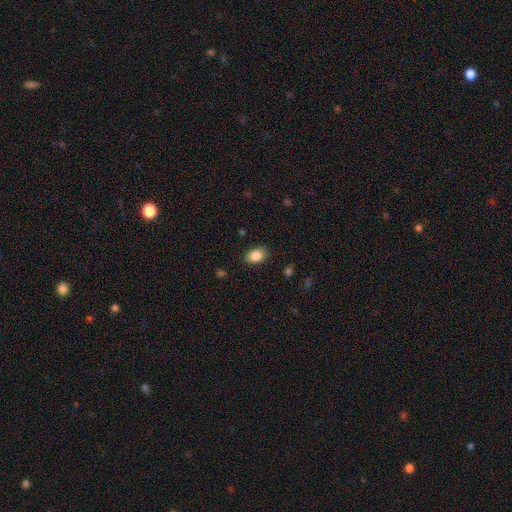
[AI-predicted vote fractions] Smooth or featured? Predicted: smooth (p=0.86). How rounded? Predicted: in between (p=0.80). Merging? Predicted: none (p=0.84).